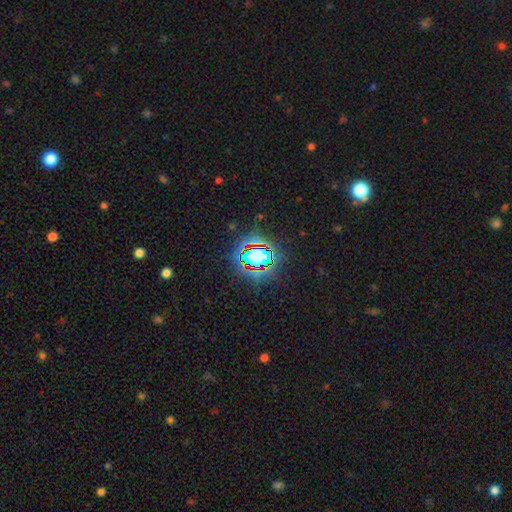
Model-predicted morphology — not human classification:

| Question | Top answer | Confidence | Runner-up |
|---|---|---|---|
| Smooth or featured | star or artifact | 67% | smooth (21%) |